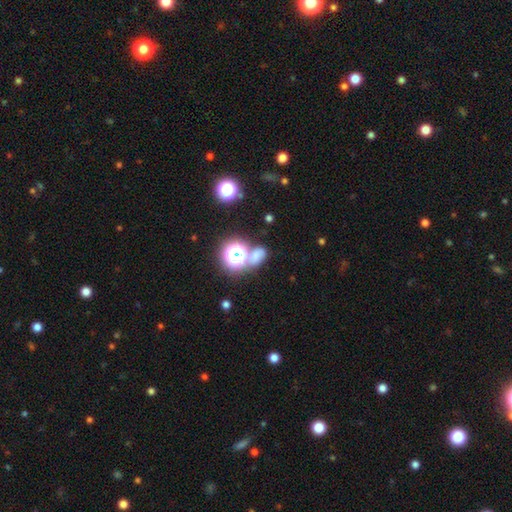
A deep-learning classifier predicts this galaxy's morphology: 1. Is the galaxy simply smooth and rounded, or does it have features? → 54% smooth, 34% star or artifact, 12% featured or disk.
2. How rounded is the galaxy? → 54% round, 44% in between, 2% cigar-shaped.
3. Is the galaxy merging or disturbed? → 50% none, 30% merger, 12% minor disturbance, 8% major disturbance.